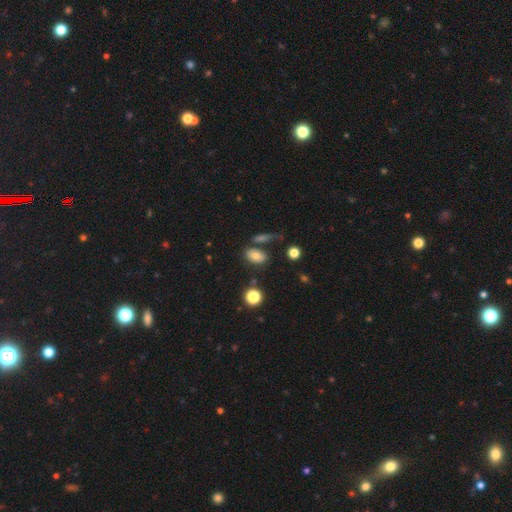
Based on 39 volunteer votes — Morphology: type=smooth (77%); roundness=in between (83%); merging=none (74%).